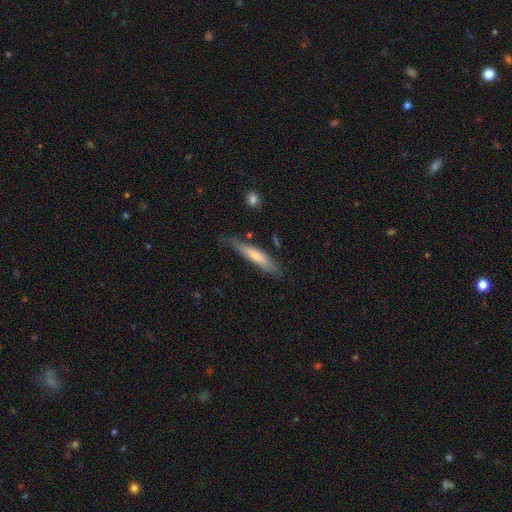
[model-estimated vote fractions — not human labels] The model was most divided on "smooth or featured": featured or disk: 51%, smooth: 41%, star or artifact: 8%. More confident: edge-on disk — yes (88%); merging — none (76%).